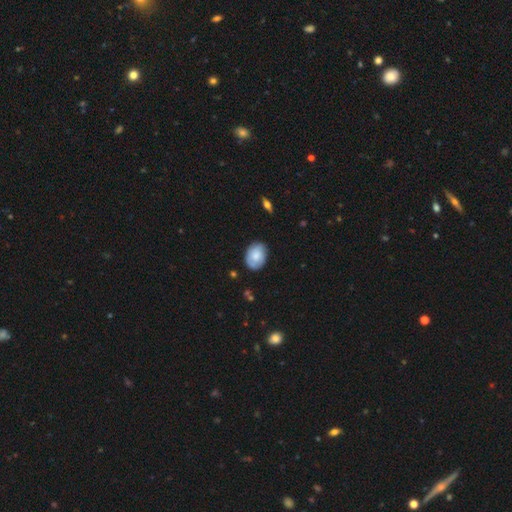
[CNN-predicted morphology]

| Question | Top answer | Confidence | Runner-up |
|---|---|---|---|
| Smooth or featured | smooth | 72% | featured or disk (21%) |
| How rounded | in between | 72% | round (27%) |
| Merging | none | 77% | minor disturbance (18%) |